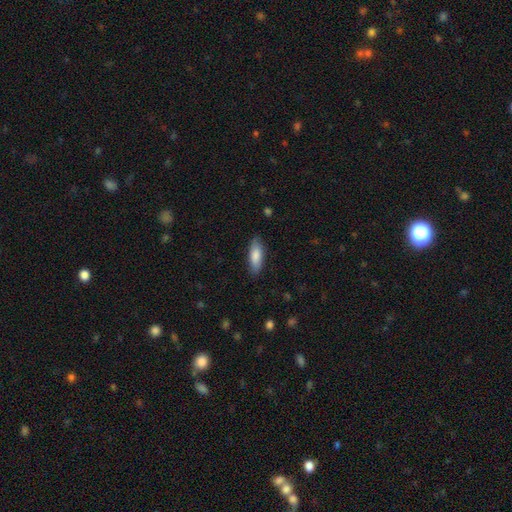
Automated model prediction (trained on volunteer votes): A smooth galaxy with no disk features (82%) that is in between round and cigar-shaped (60%). Merging: none (83%).